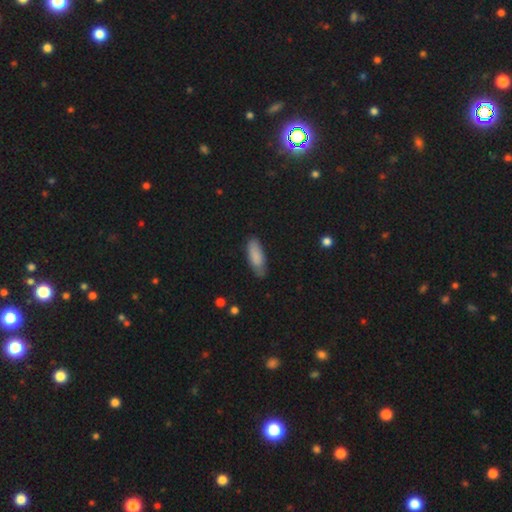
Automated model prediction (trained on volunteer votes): The model was most divided on "how rounded": in between: 67%, cigar-shaped: 31%, round: 2%. More confident: smooth or featured — smooth (85%); merging — none (75%).